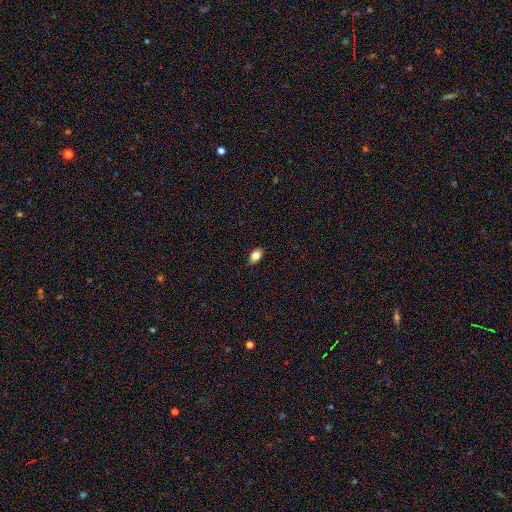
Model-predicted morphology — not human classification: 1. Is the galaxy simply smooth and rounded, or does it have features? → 82% smooth, 9% featured or disk, 9% star or artifact.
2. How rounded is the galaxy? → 88% in between, 9% round, 2% cigar-shaped.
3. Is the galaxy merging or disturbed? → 87% none, 10% minor disturbance, 2% major disturbance, 1% merger.